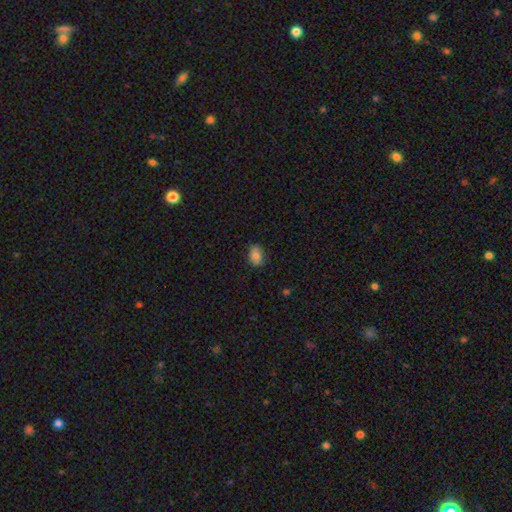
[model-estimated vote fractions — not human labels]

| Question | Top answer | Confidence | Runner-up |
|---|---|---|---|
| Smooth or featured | smooth | 84% | star or artifact (9%) |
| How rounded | in between | 77% | round (22%) |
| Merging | none | 83% | minor disturbance (14%) |